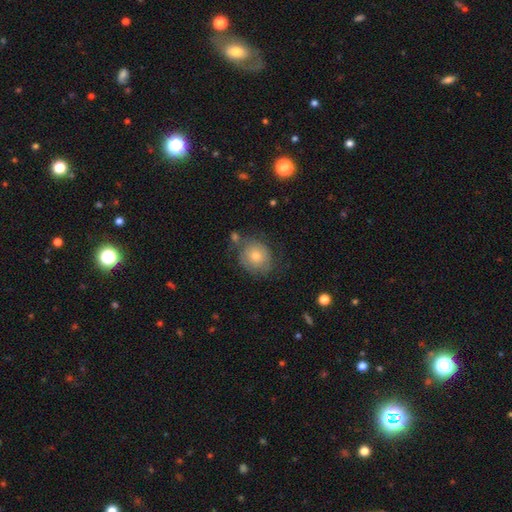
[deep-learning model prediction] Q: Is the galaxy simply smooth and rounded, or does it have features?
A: smooth — 53%.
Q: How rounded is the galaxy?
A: round — 82%.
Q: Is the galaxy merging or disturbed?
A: none — 67%.